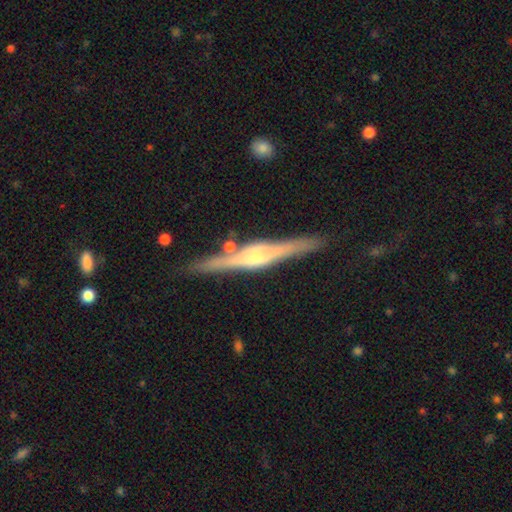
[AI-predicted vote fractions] Smooth or featured: featured or disk — 81% (smooth — 13%)
Edge-on disk: yes — 98% (no — 2%)
Edge-on bulge: rounded — 70% (boxy — 24%)
Merging: none — 87% (minor disturbance — 9%)